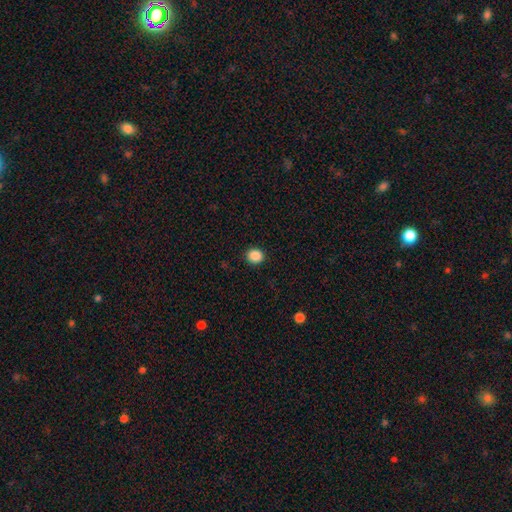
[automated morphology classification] A smooth galaxy with no disk features (87%) that is round (83%). Merging: none (92%).